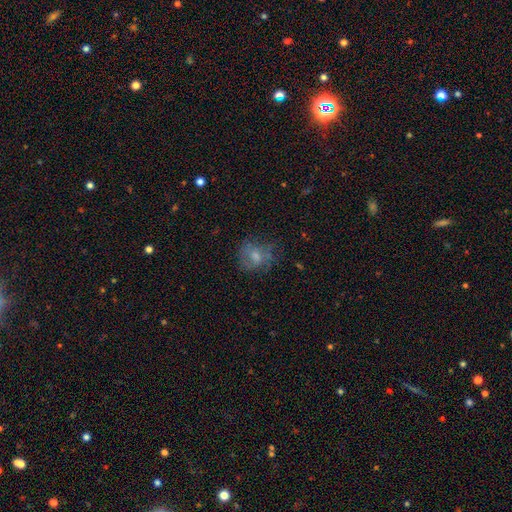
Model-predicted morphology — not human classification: A smooth galaxy with no disk features (50%) that is round (71%). Merging: none (63%).